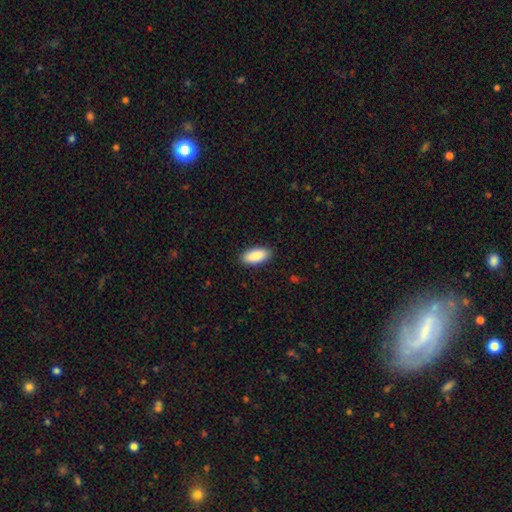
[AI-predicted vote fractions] smooth-or-featured: smooth: 91% | star or artifact: 6% | featured or disk: 4%
  how-rounded: in between: 89% | cigar-shaped: 9% | round: 2%
  merging: none: 90% | minor disturbance: 8% | major disturbance: 2% | merger: 1%